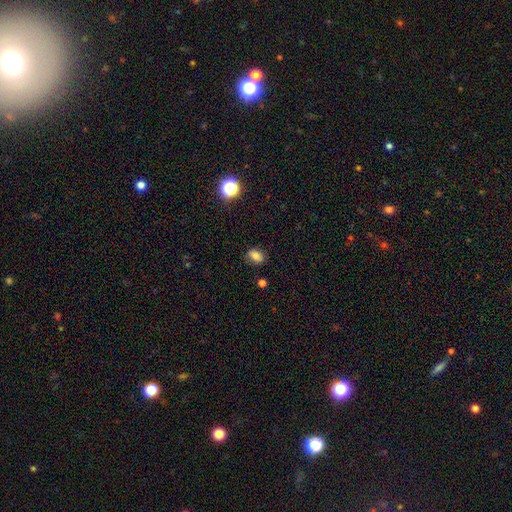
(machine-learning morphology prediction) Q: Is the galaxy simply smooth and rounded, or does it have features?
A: smooth — 77%.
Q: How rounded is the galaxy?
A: in between — 75%.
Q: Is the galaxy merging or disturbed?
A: none — 81%.